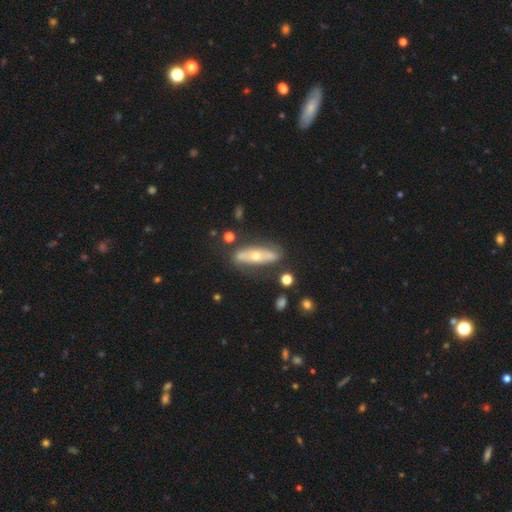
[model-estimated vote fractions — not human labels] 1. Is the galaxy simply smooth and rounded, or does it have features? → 60% featured or disk, 34% smooth, 6% star or artifact.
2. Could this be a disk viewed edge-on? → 51% no, 49% yes.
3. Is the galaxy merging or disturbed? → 75% none, 15% minor disturbance, 6% major disturbance, 4% merger.